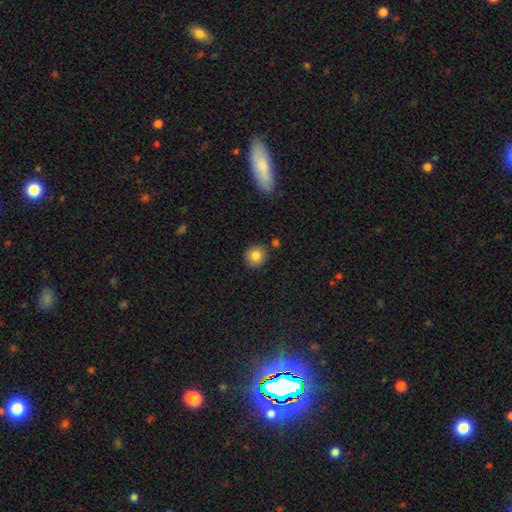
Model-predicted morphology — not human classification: The model was most divided on "smooth or featured": smooth: 83%, star or artifact: 9%, featured or disk: 7%. More confident: how rounded — round (88%); merging — none (84%).